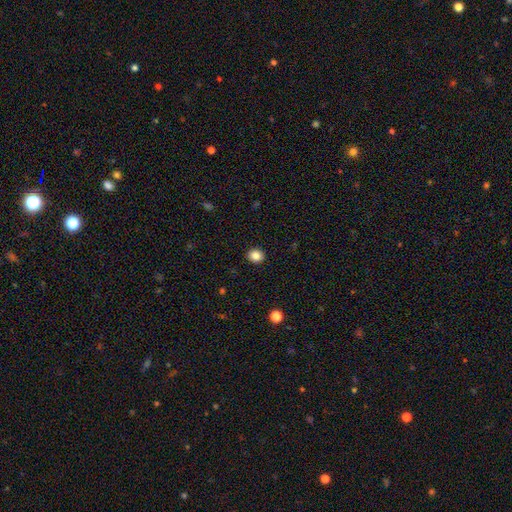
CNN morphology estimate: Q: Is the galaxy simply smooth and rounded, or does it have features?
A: smooth — 84%.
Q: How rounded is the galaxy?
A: round — 78%.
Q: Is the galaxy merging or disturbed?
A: none — 92%.